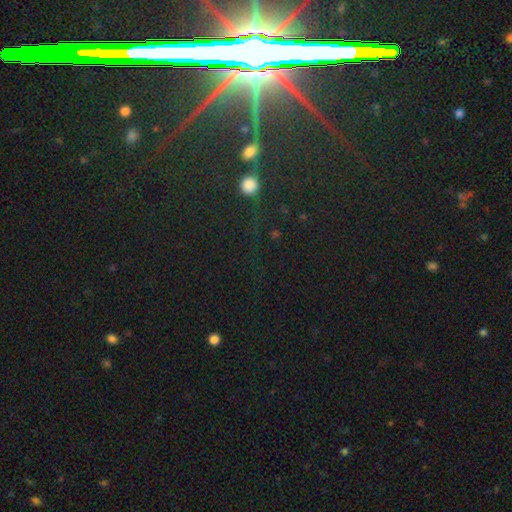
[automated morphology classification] A star or artifact, not a galaxy (75%).